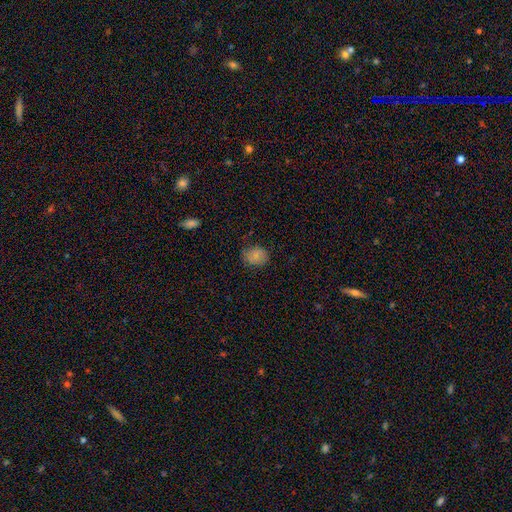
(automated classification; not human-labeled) Q: Smooth or featured?
A: smooth (81%); runner-up: star or artifact (10%)
Q: How rounded?
A: in between (52%); runner-up: round (47%)
Q: Merging?
A: none (74%); runner-up: minor disturbance (21%)